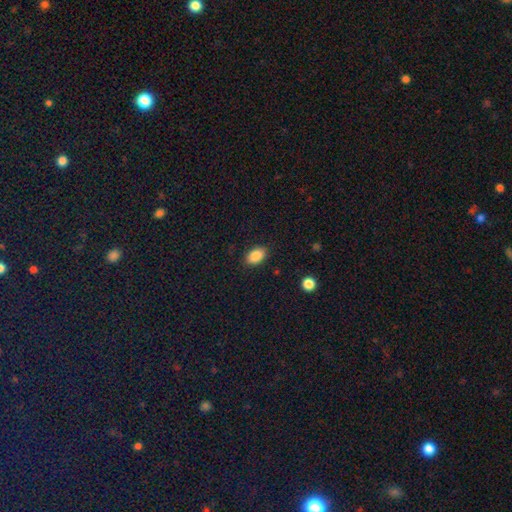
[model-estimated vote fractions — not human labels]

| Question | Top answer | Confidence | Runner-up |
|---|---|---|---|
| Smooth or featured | smooth | 87% | star or artifact (8%) |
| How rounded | in between | 89% | round (10%) |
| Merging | none | 87% | minor disturbance (9%) |